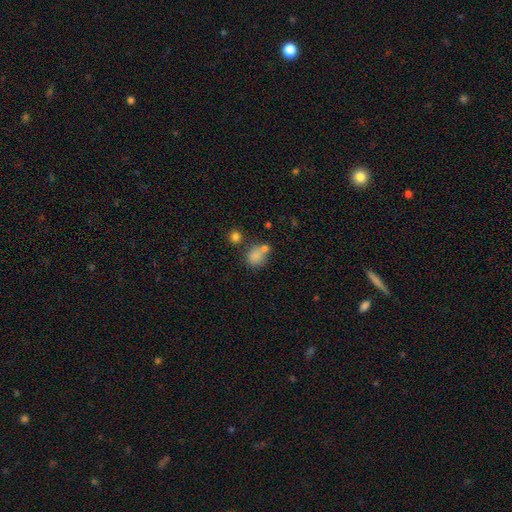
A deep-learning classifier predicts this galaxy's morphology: Smooth or featured? smooth (77%)
How rounded? round (61%)
Merging? none (44%)